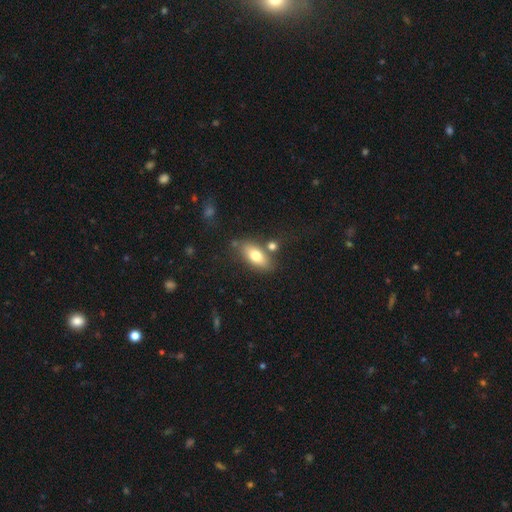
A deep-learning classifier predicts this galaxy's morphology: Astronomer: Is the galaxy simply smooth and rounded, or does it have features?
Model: smooth — 75%.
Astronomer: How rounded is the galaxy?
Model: in between — 84%.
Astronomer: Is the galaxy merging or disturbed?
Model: none — 70%.